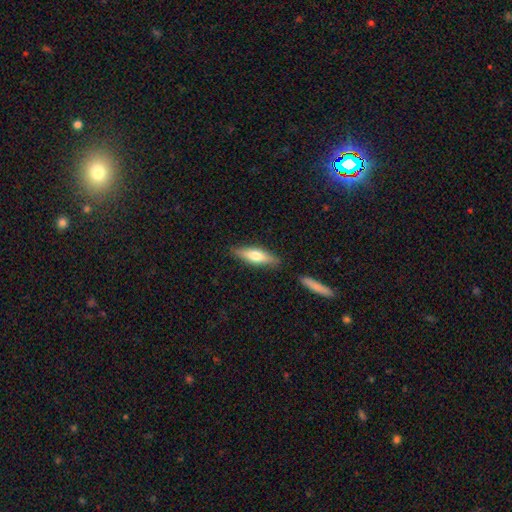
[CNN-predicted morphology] This appears to be a smooth galaxy with no disk features (59%) that is cigar-shaped (61%). Merging: none (84%).